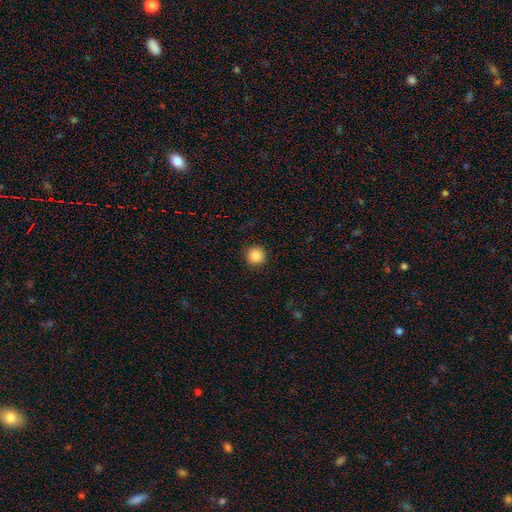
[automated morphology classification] Overall: smooth (87%). How rounded: round (95%). Merging: none (92%).